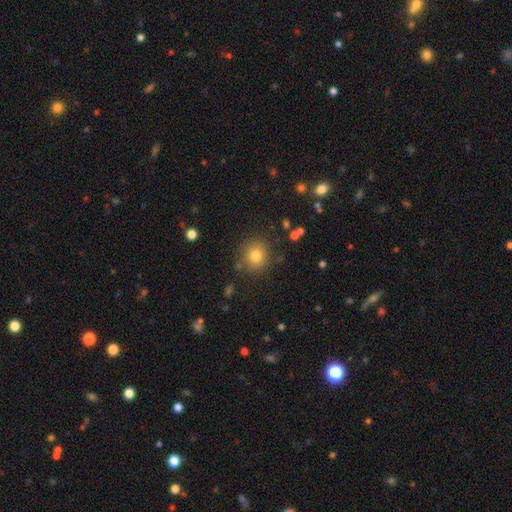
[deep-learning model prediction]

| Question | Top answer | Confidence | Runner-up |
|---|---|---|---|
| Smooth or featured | smooth | 78% | star or artifact (13%) |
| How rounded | round | 89% | in between (10%) |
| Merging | none | 85% | minor disturbance (9%) |